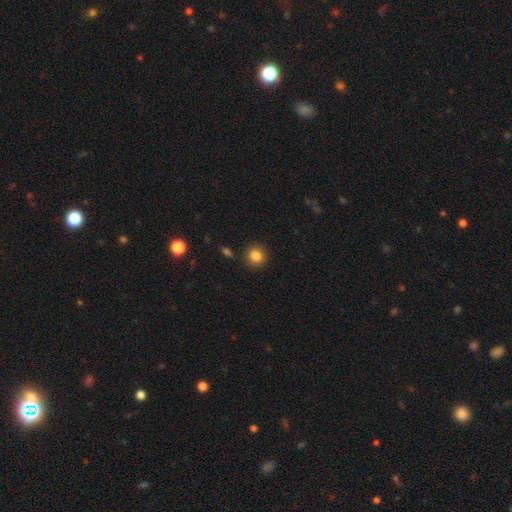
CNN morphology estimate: A smooth galaxy with no disk features (85%) that is round (90%).

Vote fractions:
- Smooth or featured? smooth: 85% / star or artifact: 10% / featured or disk: 5%
- How rounded? round: 90% / in between: 9% / cigar-shaped: 1%
- Merging? none: 88% / minor disturbance: 8% / merger: 2% / major disturbance: 2%